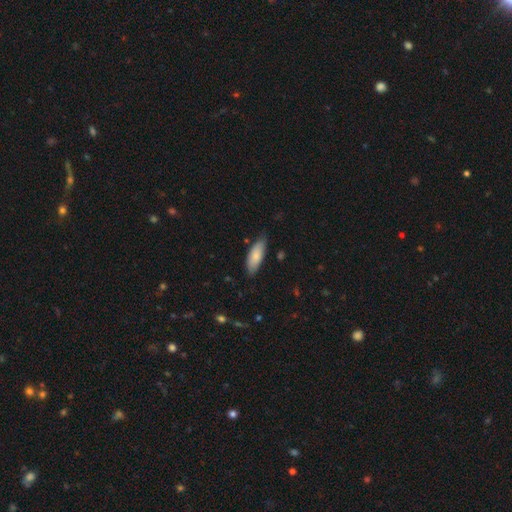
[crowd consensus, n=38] A smooth galaxy with no disk features (84%) that is in between round and cigar-shaped (75%). Merging: minor disturbance (56%).